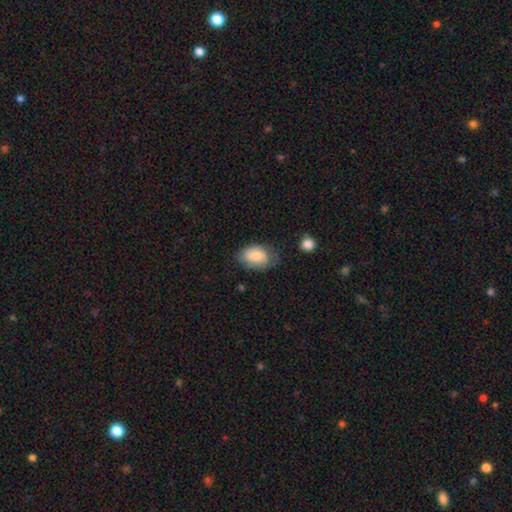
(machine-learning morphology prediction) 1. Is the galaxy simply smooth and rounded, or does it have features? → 82% smooth, 12% featured or disk, 7% star or artifact.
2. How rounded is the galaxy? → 88% in between, 11% round, 1% cigar-shaped.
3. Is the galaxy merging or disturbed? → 56% none, 30% minor disturbance, 10% major disturbance, 3% merger.